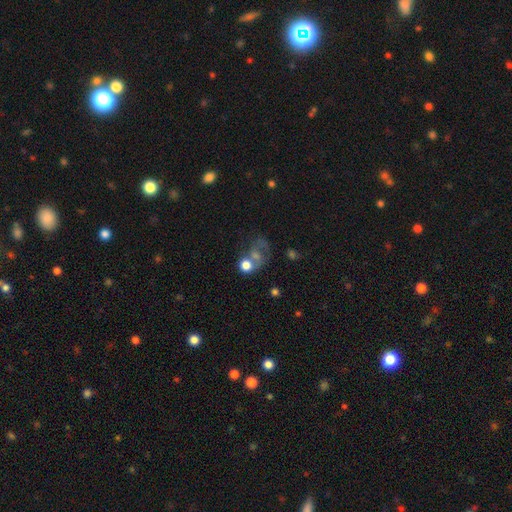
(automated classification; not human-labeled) This is marginally a smooth galaxy (37%). Merging: marginally none (37%).